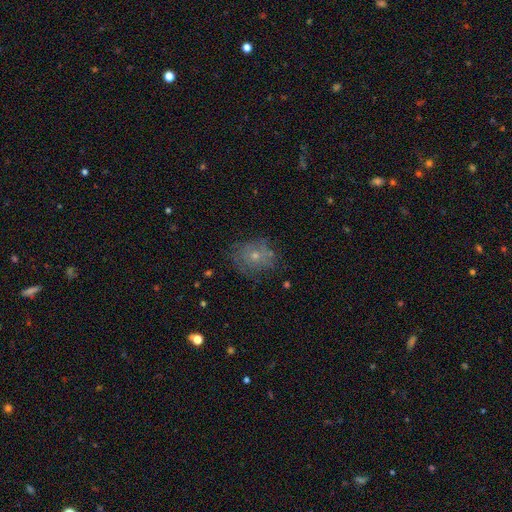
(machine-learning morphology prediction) Smooth or featured? Predicted: smooth (p=0.49). Merging? Predicted: none (p=0.67).